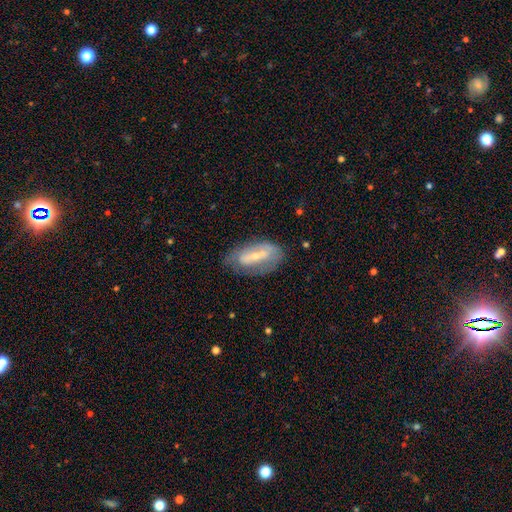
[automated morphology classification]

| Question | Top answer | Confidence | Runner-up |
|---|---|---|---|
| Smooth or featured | featured or disk | 57% | smooth (35%) |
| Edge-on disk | no | 85% | yes (15%) |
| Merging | none | 64% | minor disturbance (24%) |